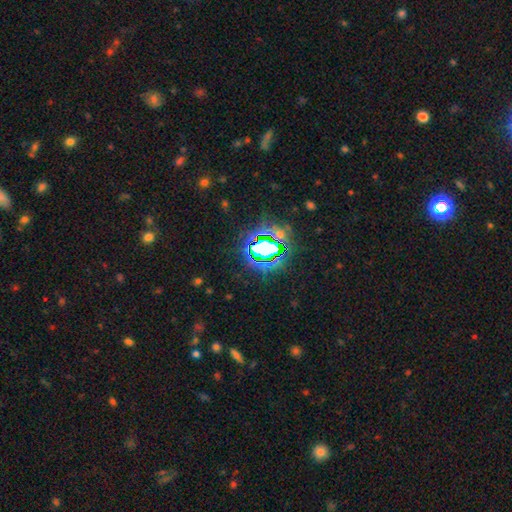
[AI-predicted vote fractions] The model was most divided on "smooth or featured": star or artifact: 78%, smooth: 14%, featured or disk: 9%.